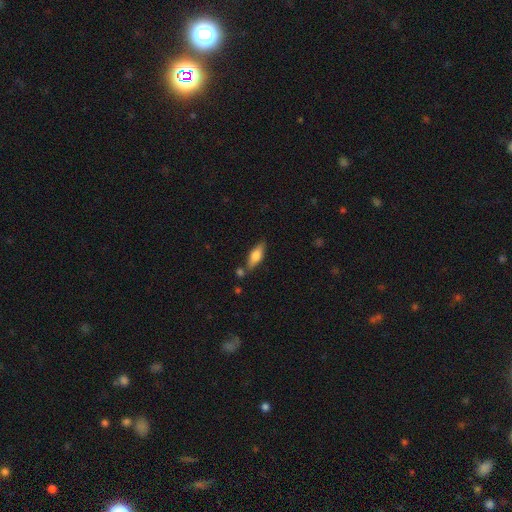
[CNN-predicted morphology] Q: Smooth or featured?
A: smooth (68%); runner-up: featured or disk (26%)
Q: How rounded?
A: in between (64%); runner-up: cigar-shaped (33%)
Q: Merging?
A: none (72%); runner-up: minor disturbance (15%)